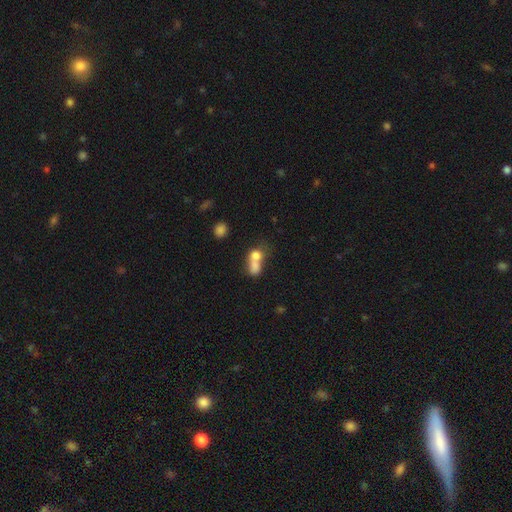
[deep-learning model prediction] Morphology: type=smooth (70%); roundness=in between (49%); merging=merger (68%).